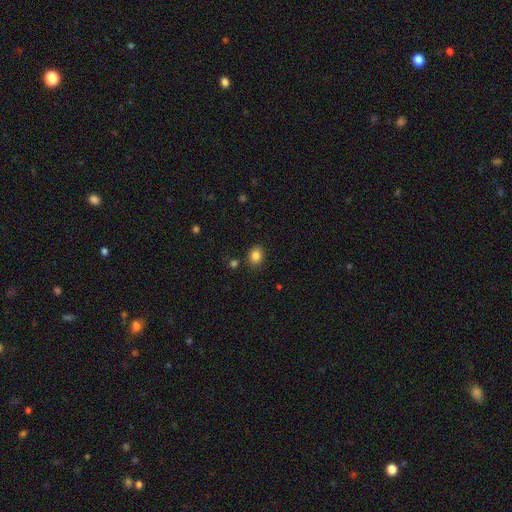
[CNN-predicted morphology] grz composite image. It shows a smooth galaxy with no disk features (84%) that is in between round and cigar-shaped (51%). Merging: none (84%).